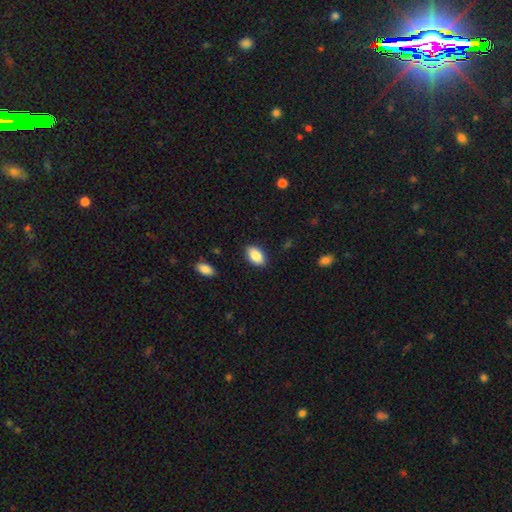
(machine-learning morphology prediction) Smooth or featured? smooth (88%)
How rounded? in between (92%)
Merging? none (87%)